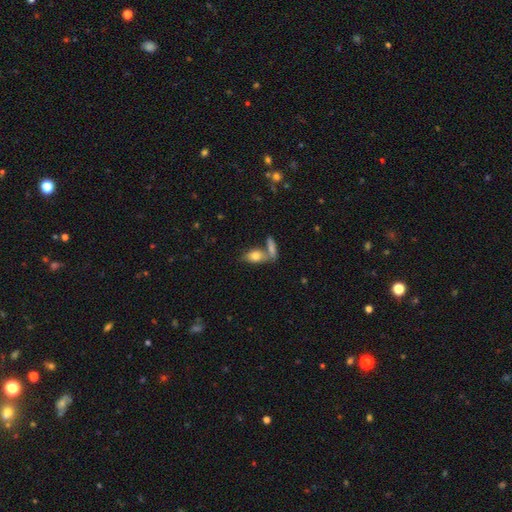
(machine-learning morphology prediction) A smooth galaxy with no disk features (75%) that is in between round and cigar-shaped (84%). Merging: none (47%).